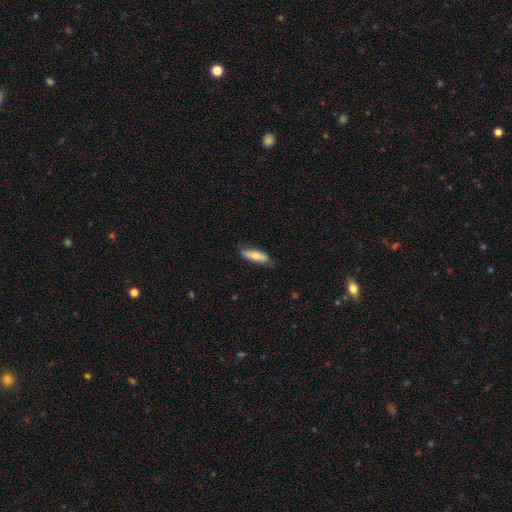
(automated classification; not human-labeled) This is likely a smooth galaxy (69%). How rounded: possibly cigar-shaped (56%). Merging: likely none (76%).